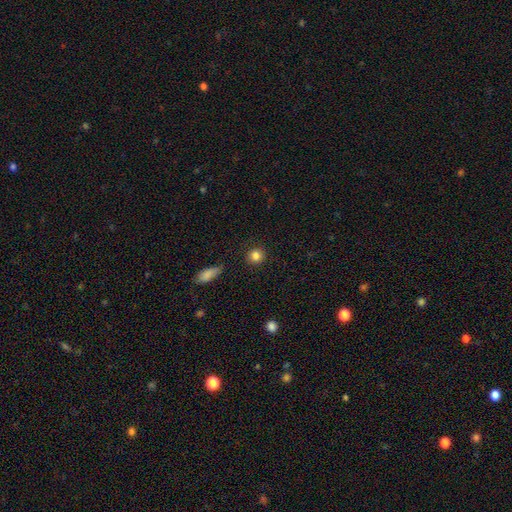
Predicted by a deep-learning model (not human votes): smooth-or-featured: smooth: 84% | star or artifact: 10% | featured or disk: 5%
  how-rounded: round: 91% | in between: 8% | cigar-shaped: 1%
  merging: none: 90% | minor disturbance: 6% | major disturbance: 2% | merger: 1%